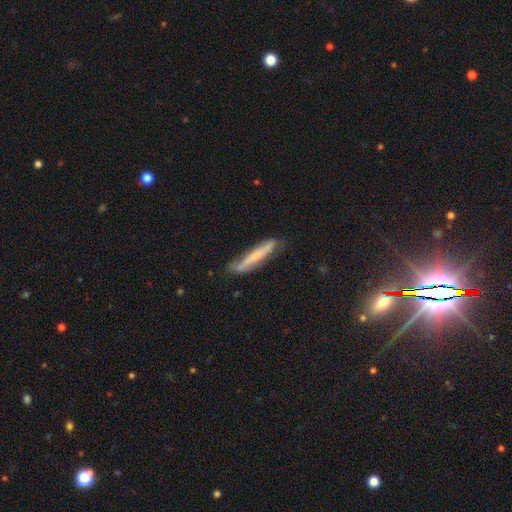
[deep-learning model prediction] Overall: featured or disk (53%; smooth 41%). Edge-on disk: yes (74%). Merging: none (71%).